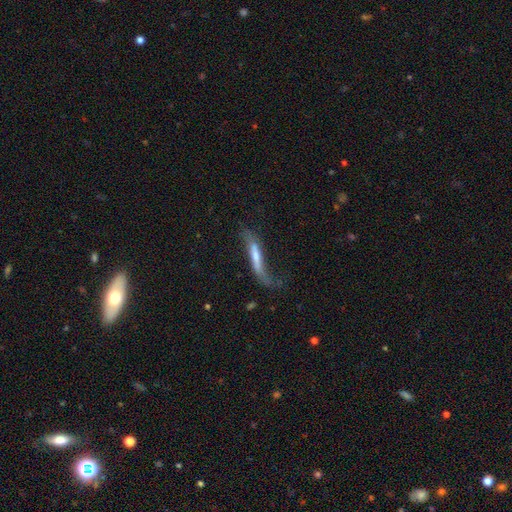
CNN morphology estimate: smooth-or-featured: featured or disk: 63% | smooth: 28% | star or artifact: 9%
  disk-edge-on: yes: 54% | no: 46%
  merging: none: 40% | major disturbance: 31% | minor disturbance: 25% | merger: 5%